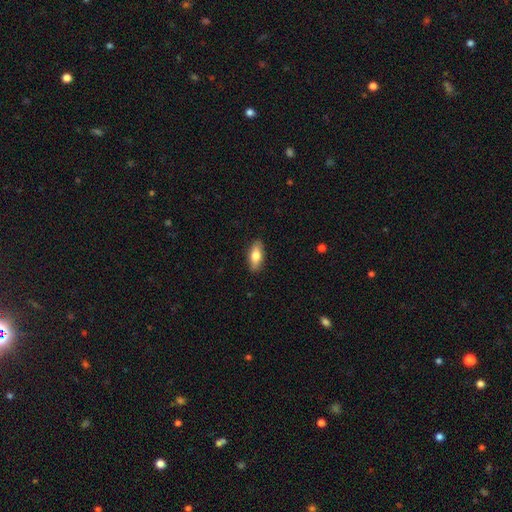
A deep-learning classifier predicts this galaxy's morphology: Q: Smooth or featured?
A: smooth (76%); runner-up: featured or disk (18%)
Q: How rounded?
A: in between (81%); runner-up: cigar-shaped (16%)
Q: Merging?
A: none (89%); runner-up: minor disturbance (8%)